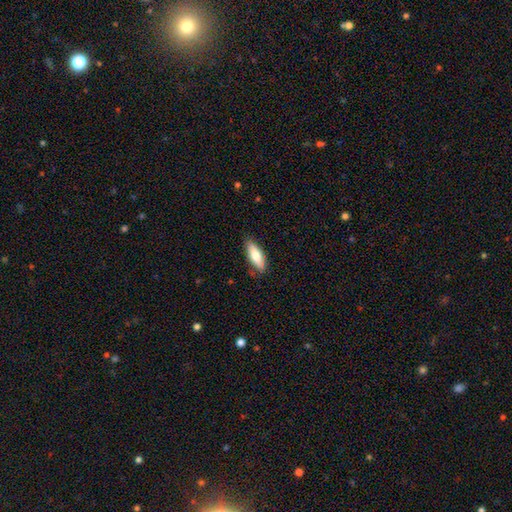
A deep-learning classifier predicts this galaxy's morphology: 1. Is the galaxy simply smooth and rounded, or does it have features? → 77% smooth, 17% featured or disk, 6% star or artifact.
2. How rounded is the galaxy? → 63% in between, 35% cigar-shaped, 2% round.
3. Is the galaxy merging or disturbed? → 80% none, 16% minor disturbance, 3% major disturbance, 1% merger.